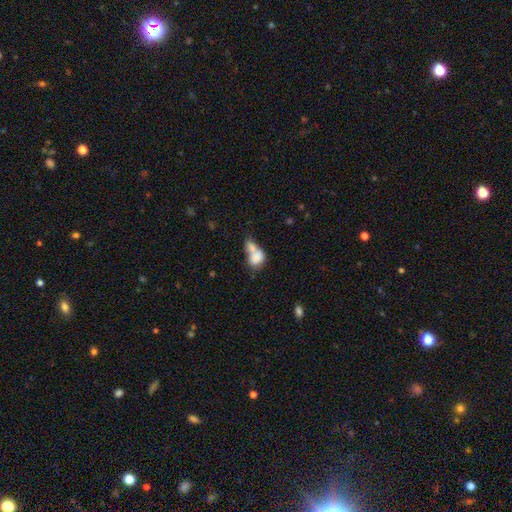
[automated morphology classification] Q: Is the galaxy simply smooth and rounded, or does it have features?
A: smooth — 75%.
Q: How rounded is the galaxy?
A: in between — 74%.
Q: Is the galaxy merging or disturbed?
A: merger — 69%.